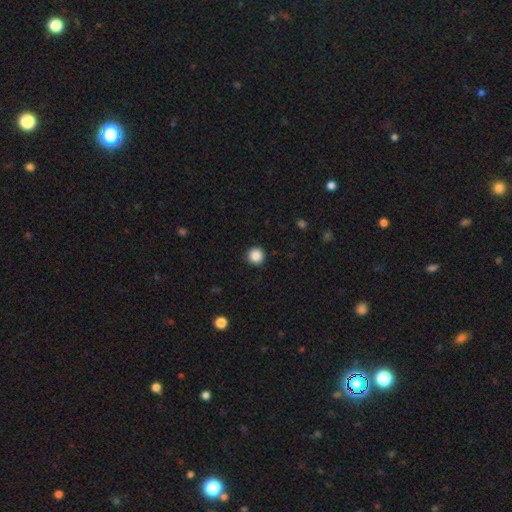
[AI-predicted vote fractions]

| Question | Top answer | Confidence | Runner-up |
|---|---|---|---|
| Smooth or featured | smooth | 88% | star or artifact (9%) |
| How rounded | round | 96% | in between (3%) |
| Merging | none | 92% | minor disturbance (5%) |